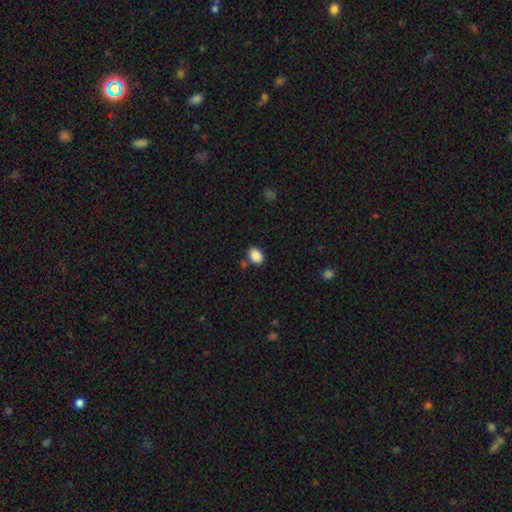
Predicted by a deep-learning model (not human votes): smooth-or-featured: smooth: 88% | star or artifact: 8% | featured or disk: 4%
  how-rounded: in between: 73% | round: 26% | cigar-shaped: 1%
  merging: none: 78% | minor disturbance: 12% | merger: 6% | major disturbance: 3%